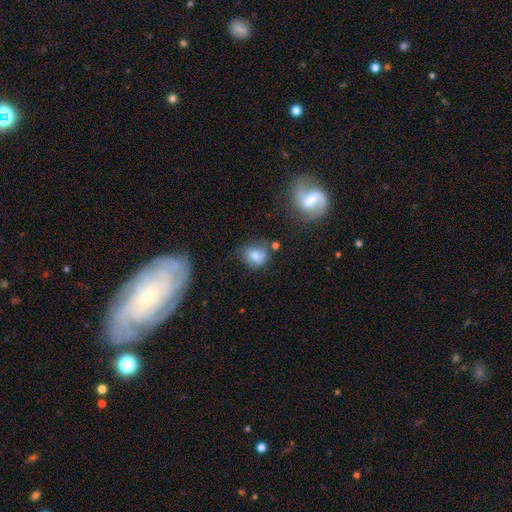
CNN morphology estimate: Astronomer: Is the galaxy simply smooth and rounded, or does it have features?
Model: smooth — 77%.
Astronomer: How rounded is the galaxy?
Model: round — 59% (runner-up: in between, 39%).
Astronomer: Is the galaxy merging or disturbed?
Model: none — 62%.